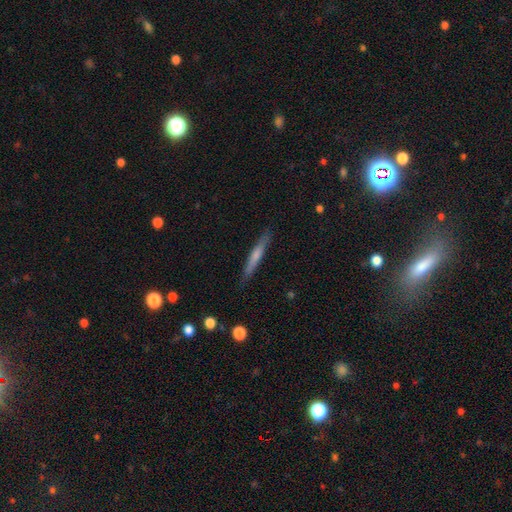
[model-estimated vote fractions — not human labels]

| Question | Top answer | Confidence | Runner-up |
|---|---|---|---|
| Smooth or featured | smooth | 55% | featured or disk (39%) |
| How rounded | cigar-shaped | 95% | in between (4%) |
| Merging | none | 87% | minor disturbance (10%) |